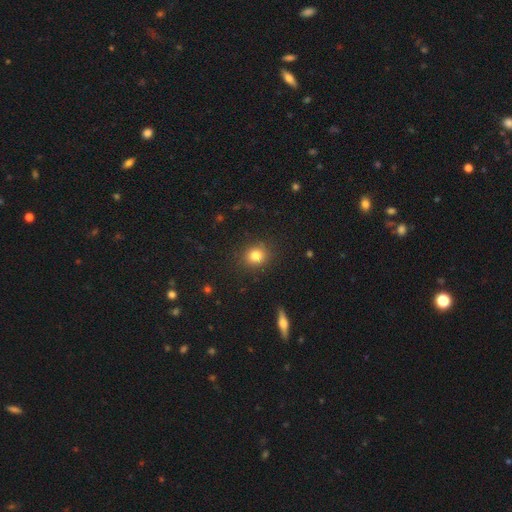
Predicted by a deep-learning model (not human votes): smooth 82%, star or artifact 12%, featured or disk 7%. Down the decision tree: how rounded — round (79%); merging — none (87%).